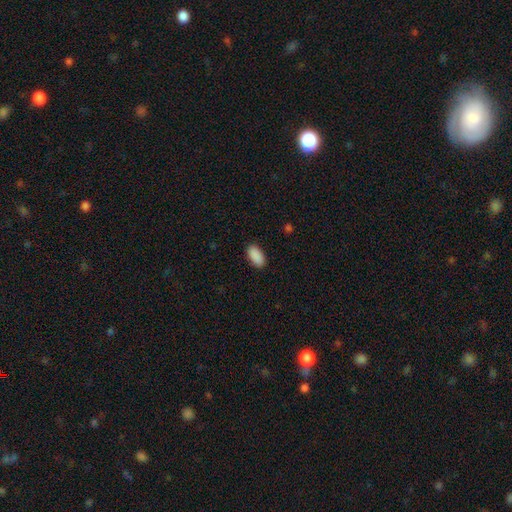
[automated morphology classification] Smooth or featured? Predicted: smooth (p=0.91). How rounded? Predicted: in between (p=0.94). Merging? Predicted: none (p=0.89).